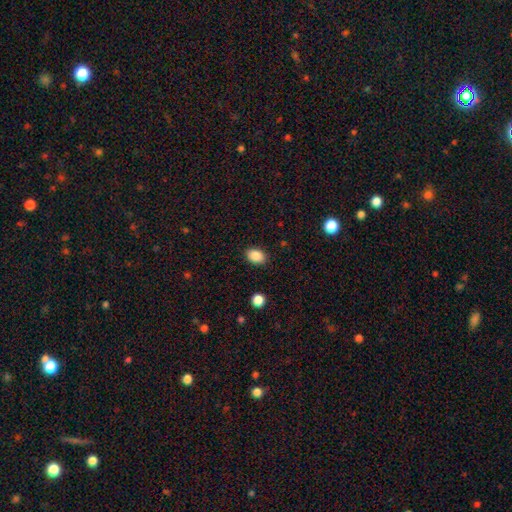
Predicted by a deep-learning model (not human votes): A smooth galaxy with no disk features (88%) that is in between round and cigar-shaped (77%).

Vote fractions:
- Smooth or featured? smooth: 88% / star or artifact: 9% / featured or disk: 3%
- How rounded? in between: 77% / round: 22% / cigar-shaped: 1%
- Merging? none: 88% / minor disturbance: 8% / major disturbance: 2% / merger: 1%